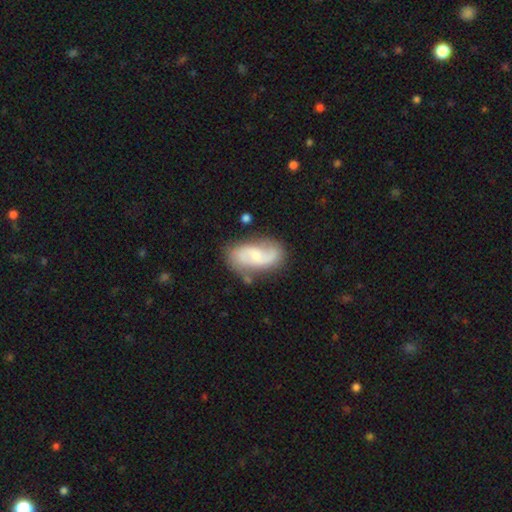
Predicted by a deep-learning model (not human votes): A featured or disk galaxy (74%) with no bar (50%), 2 (87%) loose (42%) spiral arms (94%) and a small central bulge (54%). Merging: none (71%).